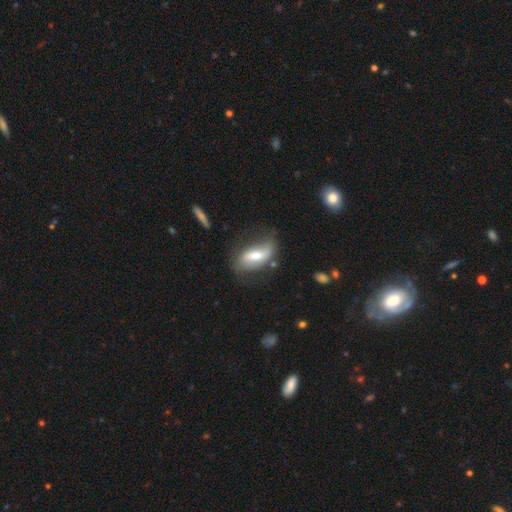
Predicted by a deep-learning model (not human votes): Smooth or featured?
  - featured or disk: 50% *
  - smooth: 43%
  - star or artifact: 7%
Merging?
  - none: 57% *
  - minor disturbance: 26%
  - major disturbance: 13%
  - merger: 4%